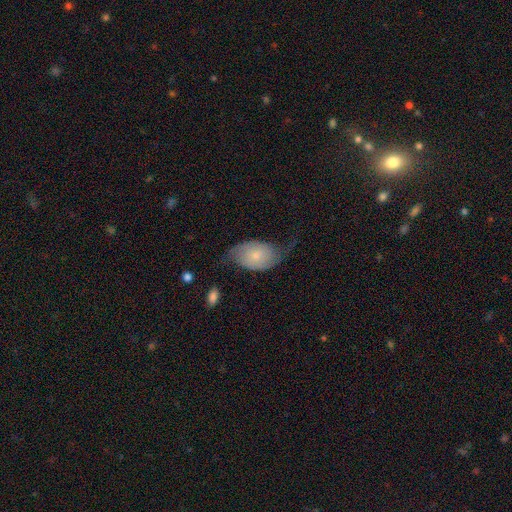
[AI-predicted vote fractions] A featured or disk galaxy (62%) with no bar (73%), 2 (87%) loose (50%) spiral arms (89%) and a small central bulge (58%). Merging: none (53%).